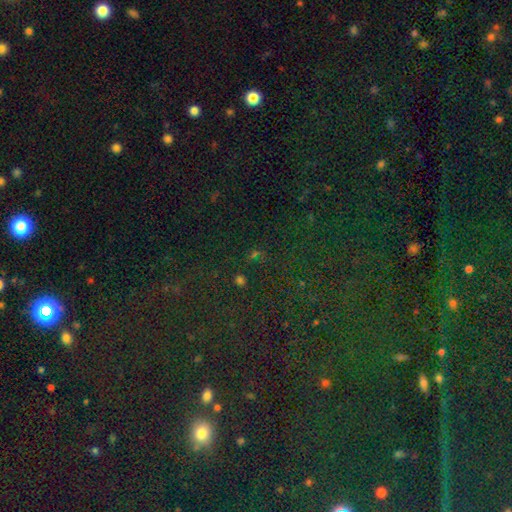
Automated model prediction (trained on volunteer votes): smooth-or-featured: star or artifact: 66% | smooth: 26% | featured or disk: 9%